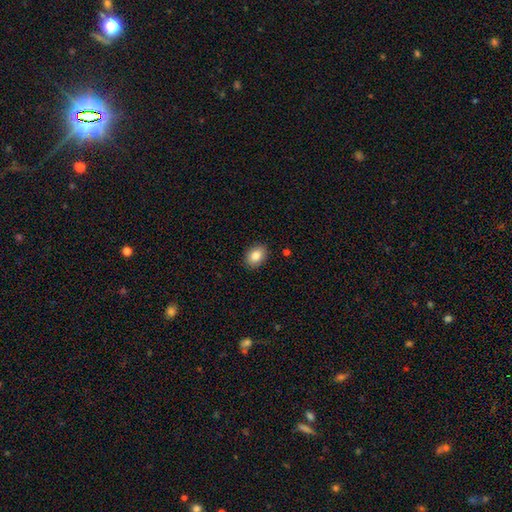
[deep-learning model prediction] smooth_or_featured: smooth (p=0.85) [alt: star or artifact p=0.08]
how_rounded: in between (p=0.74) [alt: round p=0.25]
merging: none (p=0.89) [alt: minor disturbance p=0.08]